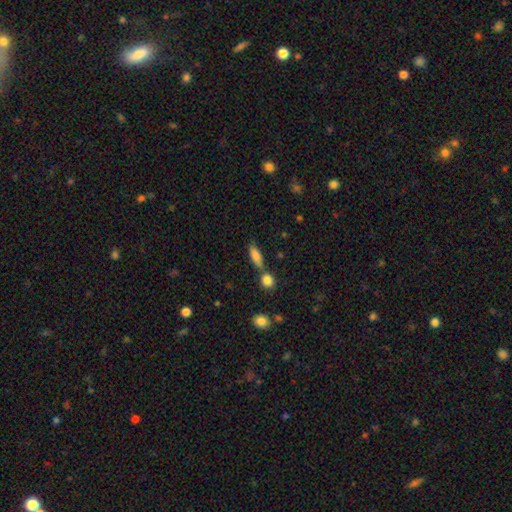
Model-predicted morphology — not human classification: A smooth galaxy with no disk features (78%) that is in between round and cigar-shaped (56%).

Vote fractions:
- Smooth or featured? smooth: 78% / featured or disk: 13% / star or artifact: 8%
- How rounded? in between: 56% / cigar-shaped: 39% / round: 5%
- Merging? none: 57% / merger: 25% / minor disturbance: 14% / major disturbance: 4%